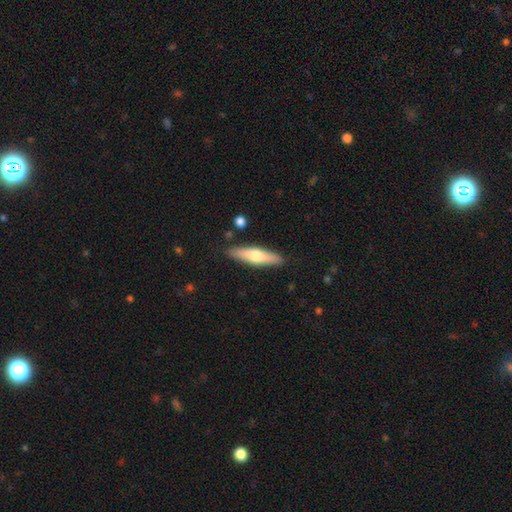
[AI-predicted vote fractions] A smooth galaxy with no disk features (56%) that is cigar-shaped (74%).

Vote fractions:
- Smooth or featured? smooth: 56% / featured or disk: 38% / star or artifact: 6%
- How rounded? cigar-shaped: 74% / in between: 24% / round: 2%
- Merging? none: 87% / minor disturbance: 9% / major disturbance: 2% / merger: 2%